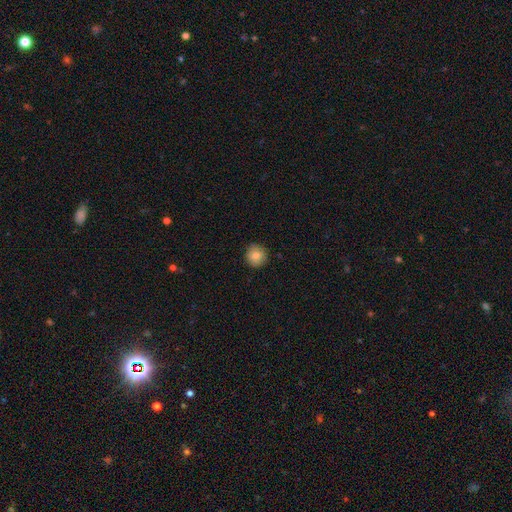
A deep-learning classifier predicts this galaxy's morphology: This is clearly a smooth galaxy (83%). How rounded: clearly round (94%). Merging: clearly none (89%).